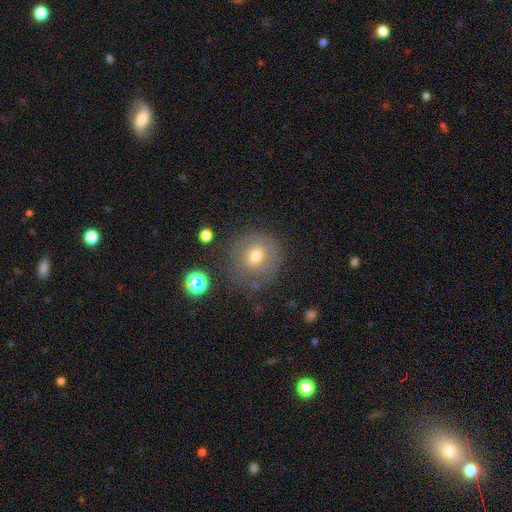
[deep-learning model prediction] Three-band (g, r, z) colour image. It shows a smooth galaxy with no disk features (55%) that is round (91%). Merging: none (76%).